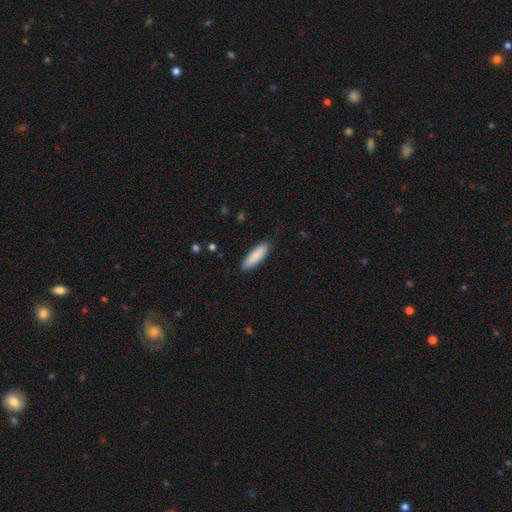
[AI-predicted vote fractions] smooth 88%, featured or disk 7%, star or artifact 6%. Down the decision tree: how rounded — cigar-shaped (57%); merging — none (86%).